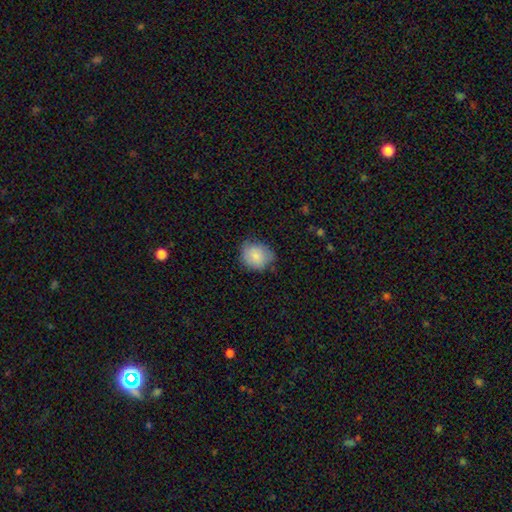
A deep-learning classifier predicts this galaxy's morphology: smooth_or_featured: smooth (p=0.81) [alt: featured or disk p=0.11]
how_rounded: round (p=0.69) [alt: in between p=0.30]
merging: none (p=0.65) [alt: minor disturbance p=0.28]